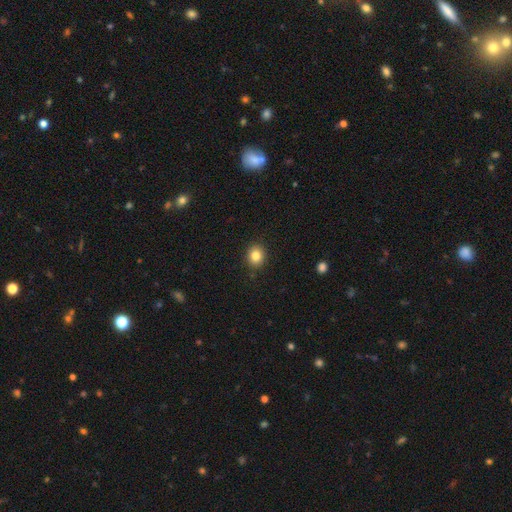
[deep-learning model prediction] Smooth or featured?
  - smooth: 84% *
  - star or artifact: 10%
  - featured or disk: 6%
How rounded?
  - round: 75% *
  - in between: 24%
  - cigar-shaped: 1%
Merging?
  - none: 90% *
  - minor disturbance: 7%
  - major disturbance: 2%
  - merger: 1%